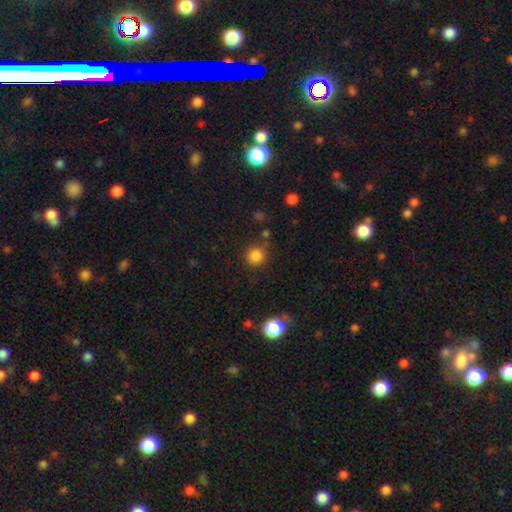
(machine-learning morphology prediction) Smooth or featured? smooth (84%)
How rounded? round (92%)
Merging? none (82%)